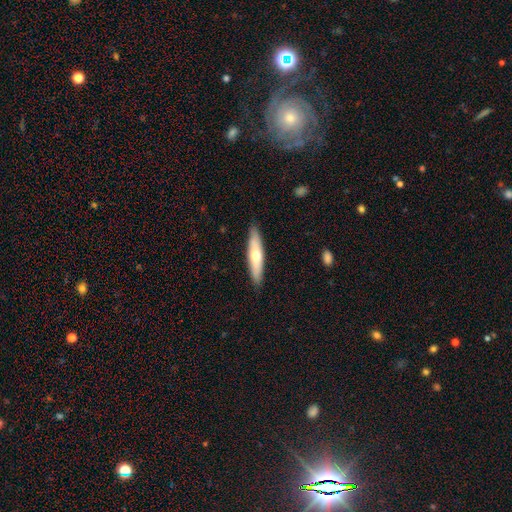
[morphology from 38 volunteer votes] Smooth or featured?
  - smooth: 50% *
  - featured or disk: 42%
  - star or artifact: 8%
How rounded?
  - cigar-shaped: 84% *
  - in between: 11%
  - round: 5%
Merging?
  - none: 77% *
  - minor disturbance: 20%
  - merger: 3%
  - major disturbance: 0%